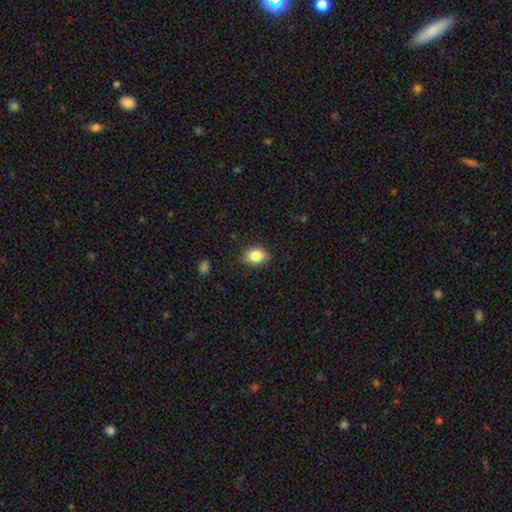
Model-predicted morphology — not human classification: Q: Smooth or featured?
A: smooth (85%); runner-up: star or artifact (8%)
Q: How rounded?
A: in between (74%); runner-up: round (25%)
Q: Merging?
A: none (85%); runner-up: minor disturbance (11%)